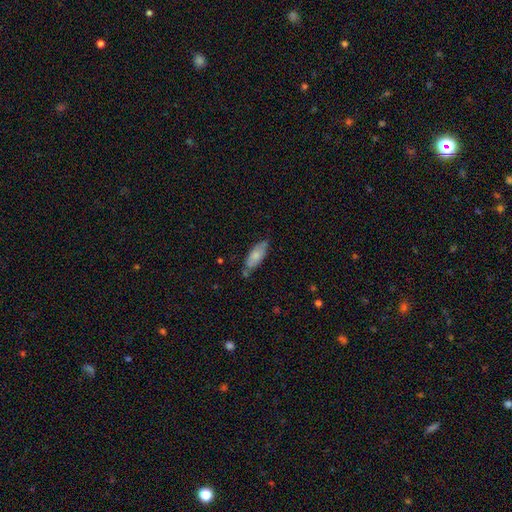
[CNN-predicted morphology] Overall: smooth (74%). How rounded: in between (74%). Merging: none (65%).